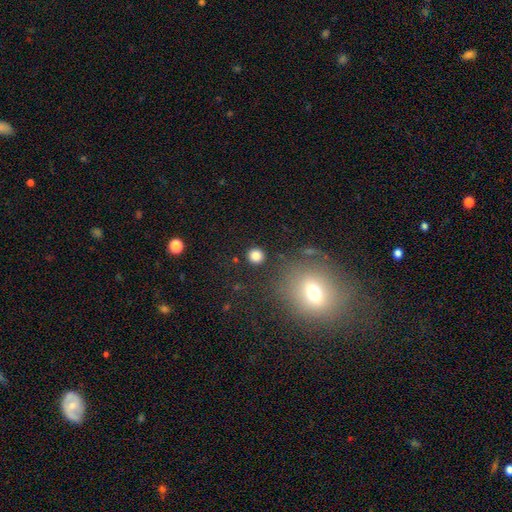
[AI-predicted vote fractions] Smooth or featured?
  - smooth: 82% *
  - star or artifact: 13%
  - featured or disk: 5%
How rounded?
  - round: 91% *
  - in between: 7%
  - cigar-shaped: 1%
Merging?
  - none: 88% *
  - minor disturbance: 6%
  - major disturbance: 3%
  - merger: 3%